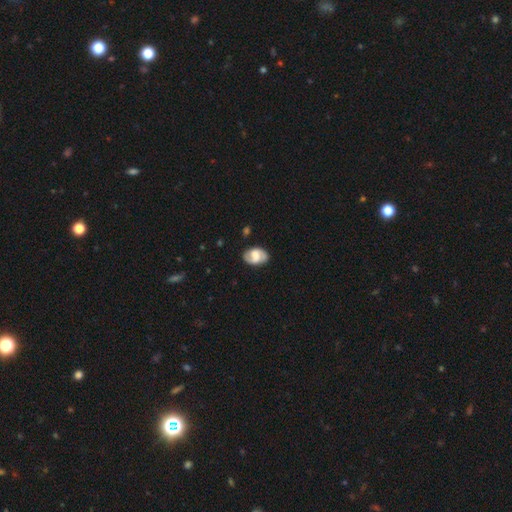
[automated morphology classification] Overall: featured or disk (54%; smooth 38%). Edge-on disk: no (96%). Bar: weak (43%; no 39%). Spiral arms: yes (79%). Bulge size: moderate (34%; large 31%). Merging: none (76%).